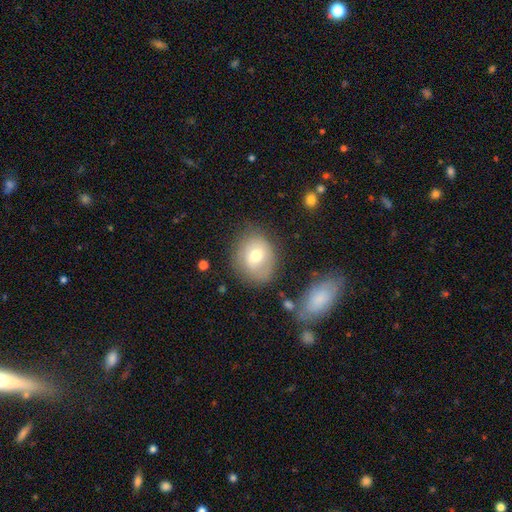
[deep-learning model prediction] smooth_or_featured: smooth (p=0.62) [alt: featured or disk p=0.29]
how_rounded: round (p=0.64) [alt: in between p=0.35]
merging: none (p=0.67) [alt: minor disturbance p=0.21]